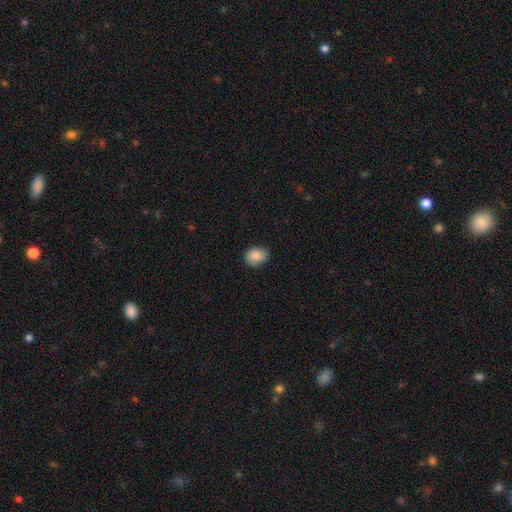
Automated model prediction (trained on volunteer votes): Smooth or featured? Predicted: smooth (p=0.87). How rounded? Predicted: in between (p=0.51). Merging? Predicted: none (p=0.77).